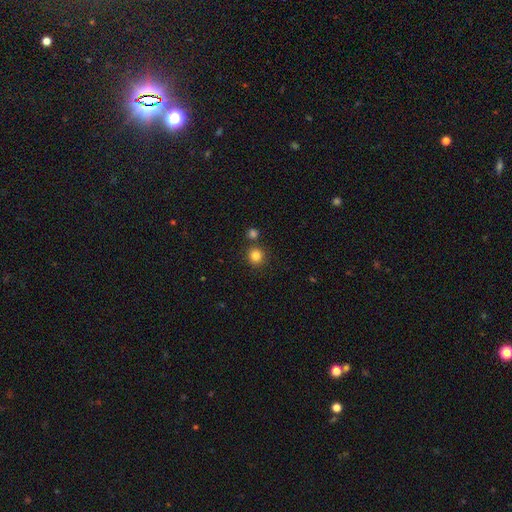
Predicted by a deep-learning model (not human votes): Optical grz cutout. It shows a smooth galaxy with no disk features (83%) that is round (92%). Merging: none (81%).